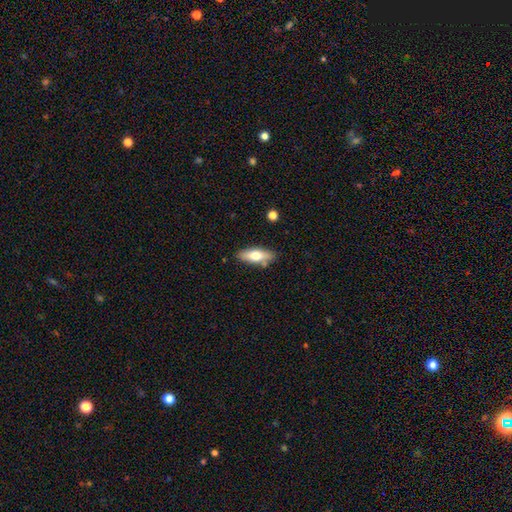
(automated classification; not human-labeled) Smooth or featured?
  - smooth: 63% *
  - featured or disk: 31%
  - star or artifact: 6%
How rounded?
  - in between: 66% *
  - cigar-shaped: 31%
  - round: 3%
Merging?
  - none: 81% *
  - minor disturbance: 12%
  - merger: 4%
  - major disturbance: 3%